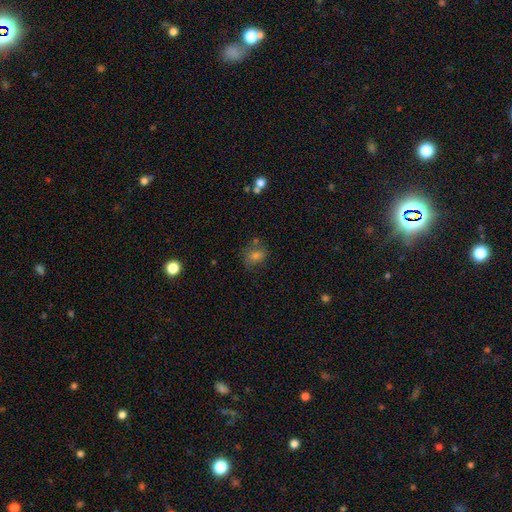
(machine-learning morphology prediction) Smooth or featured?
  - smooth: 72% *
  - star or artifact: 14%
  - featured or disk: 14%
How rounded?
  - round: 50% *
  - in between: 48%
  - cigar-shaped: 1%
Merging?
  - none: 63% *
  - minor disturbance: 20%
  - merger: 10%
  - major disturbance: 7%